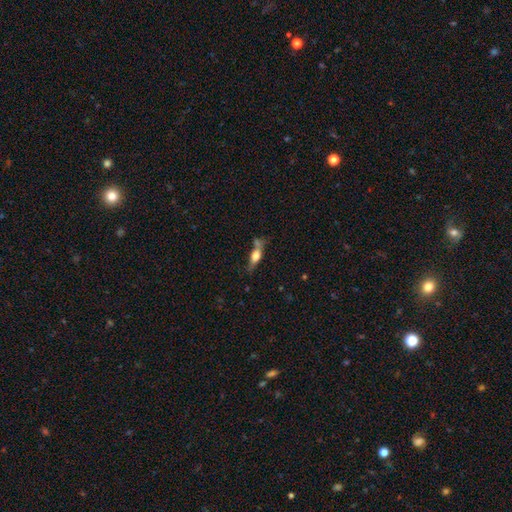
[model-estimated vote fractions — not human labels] A smooth galaxy with no disk features (53%) that is cigar-shaped (50%).

Vote fractions:
- Smooth or featured? smooth: 53% / featured or disk: 38% / star or artifact: 8%
- How rounded? cigar-shaped: 50% / in between: 45% / round: 5%
- Merging? none: 52% / merger: 20% / minor disturbance: 20% / major disturbance: 9%